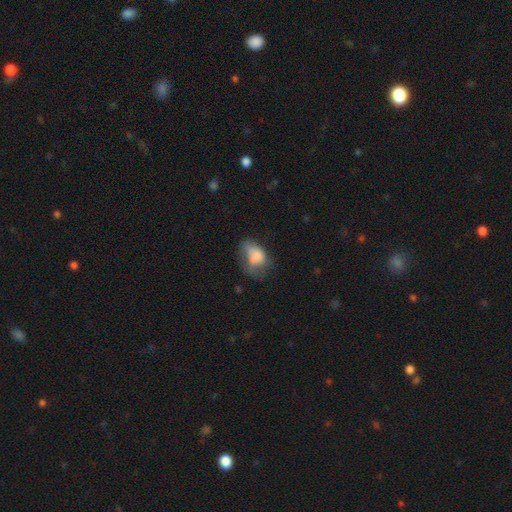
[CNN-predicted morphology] A smooth galaxy with no disk features (72%) that is in between round and cigar-shaped (81%).

Vote fractions:
- Smooth or featured? smooth: 72% / featured or disk: 19% / star or artifact: 9%
- How rounded? in between: 81% / round: 18% / cigar-shaped: 1%
- Merging? major disturbance: 35% / minor disturbance: 31% / none: 28% / merger: 6%